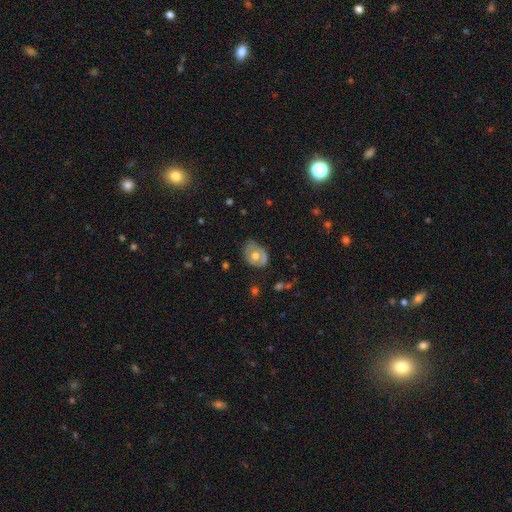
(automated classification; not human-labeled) Morphology: type=smooth (52%); roundness=in between (62%); merging=none (55%).